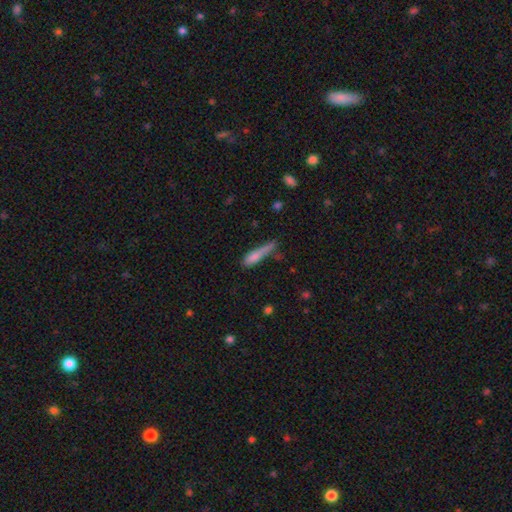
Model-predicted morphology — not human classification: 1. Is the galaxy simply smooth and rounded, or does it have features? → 75% smooth, 17% featured or disk, 8% star or artifact.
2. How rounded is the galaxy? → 80% cigar-shaped, 18% in between, 2% round.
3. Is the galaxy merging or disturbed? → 40% none, 32% minor disturbance, 18% major disturbance, 10% merger.